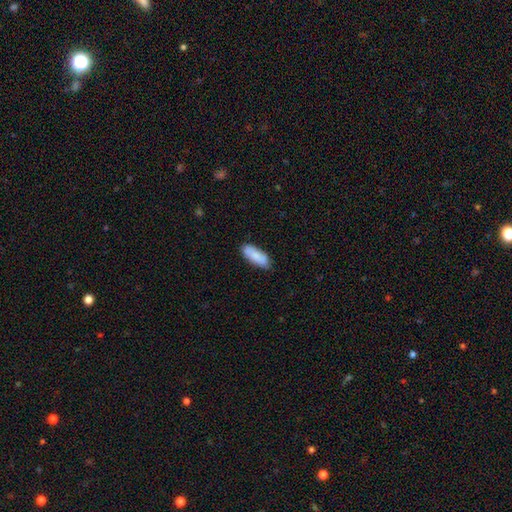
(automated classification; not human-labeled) The model was most divided on "how rounded": in between: 75%, cigar-shaped: 24%, round: 2%. More confident: merging — none (82%); smooth or featured — smooth (81%).